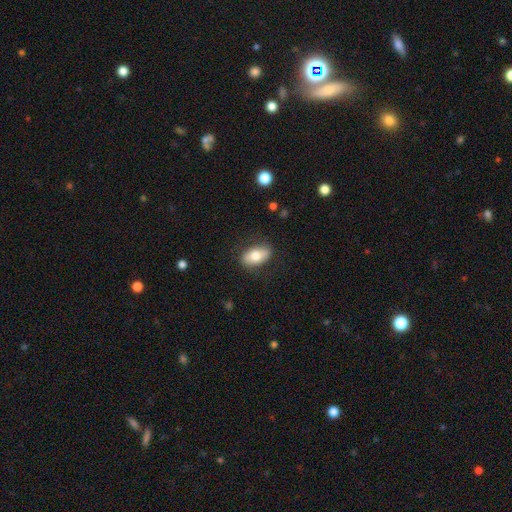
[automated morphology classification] type=smooth (73%); roundness=in between (91%); merging=none (82%).